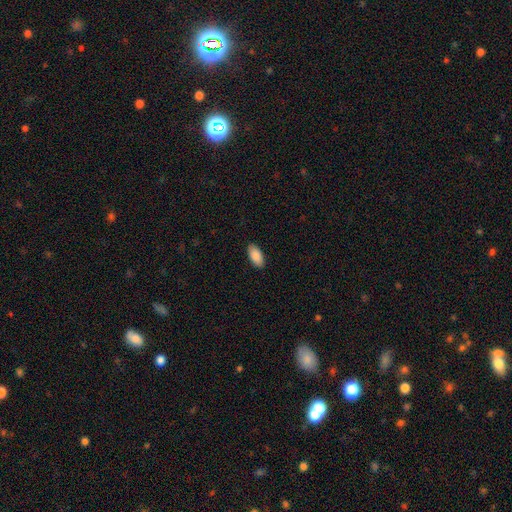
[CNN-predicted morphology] Smooth or featured? Predicted: smooth (p=0.91). How rounded? Predicted: in between (p=0.94). Merging? Predicted: none (p=0.89).